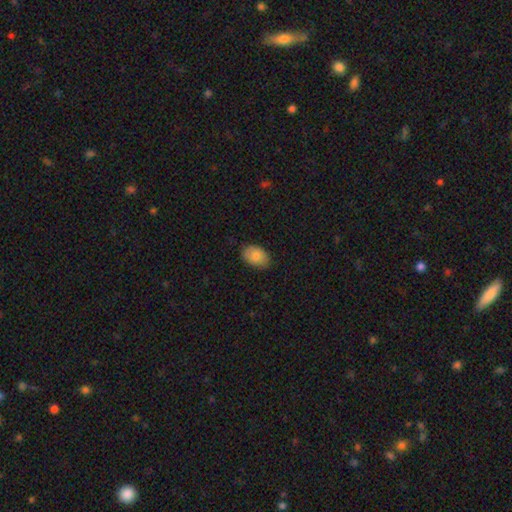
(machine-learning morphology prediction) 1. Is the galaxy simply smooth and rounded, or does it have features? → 84% smooth, 9% featured or disk, 7% star or artifact.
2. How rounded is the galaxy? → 86% in between, 13% round, 1% cigar-shaped.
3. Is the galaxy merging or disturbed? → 82% none, 15% minor disturbance, 3% major disturbance, 1% merger.